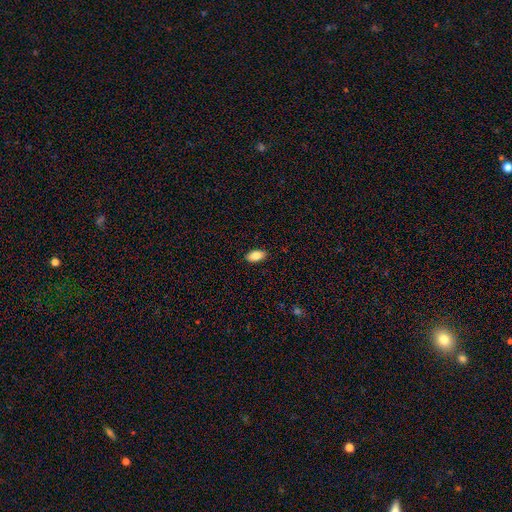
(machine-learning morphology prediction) This is clearly a smooth galaxy (85%). How rounded: clearly in between (93%). Merging: clearly none (89%).